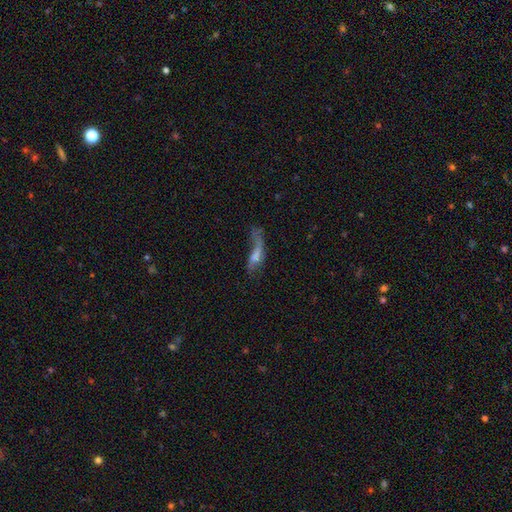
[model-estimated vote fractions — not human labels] The model was most divided on "smooth or featured": featured or disk: 51%, smooth: 37%, star or artifact: 12%. Remaining: edge-on disk — no (74%); merging — major disturbance (43%).